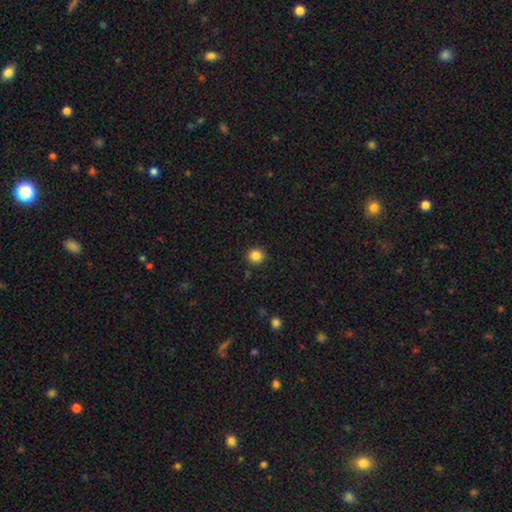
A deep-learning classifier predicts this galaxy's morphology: A smooth galaxy with no disk features (85%) that is round (90%).

Vote fractions:
- Smooth or featured? smooth: 85% / star or artifact: 11% / featured or disk: 4%
- How rounded? round: 90% / in between: 9% / cigar-shaped: 1%
- Merging? none: 91% / minor disturbance: 6% / major disturbance: 2% / merger: 1%